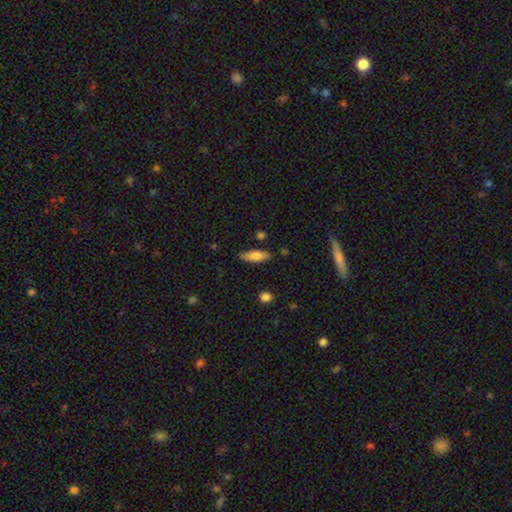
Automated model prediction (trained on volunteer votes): Overall: smooth (76%). How rounded: in between (50%; cigar-shaped 48%). Merging: none (84%).